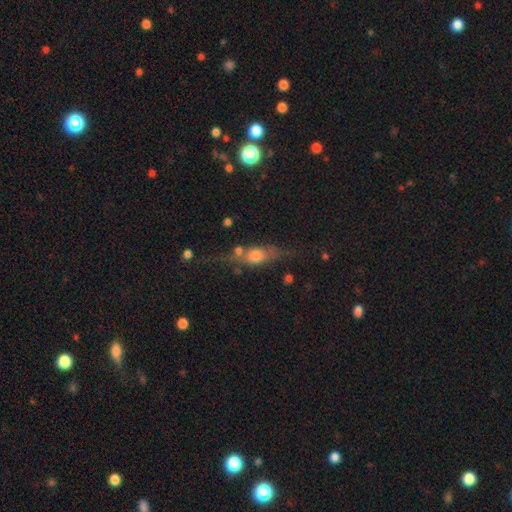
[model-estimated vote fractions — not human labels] This appears to be a smooth galaxy with no disk features (48%). Merging: none (51%).